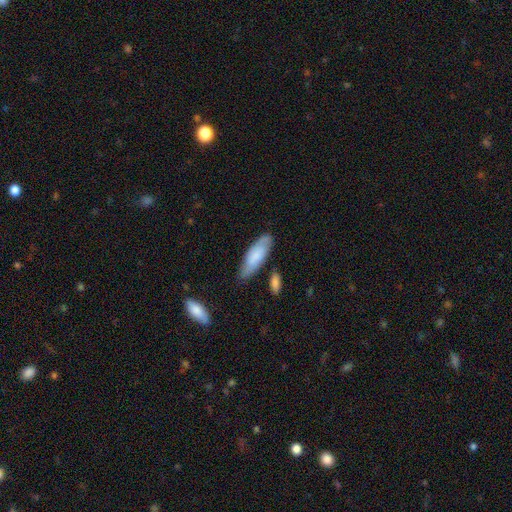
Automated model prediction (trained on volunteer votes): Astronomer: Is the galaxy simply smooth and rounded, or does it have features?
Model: smooth — 69%.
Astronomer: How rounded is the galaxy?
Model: in between — 62%.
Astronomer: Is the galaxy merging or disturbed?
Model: none — 76%.